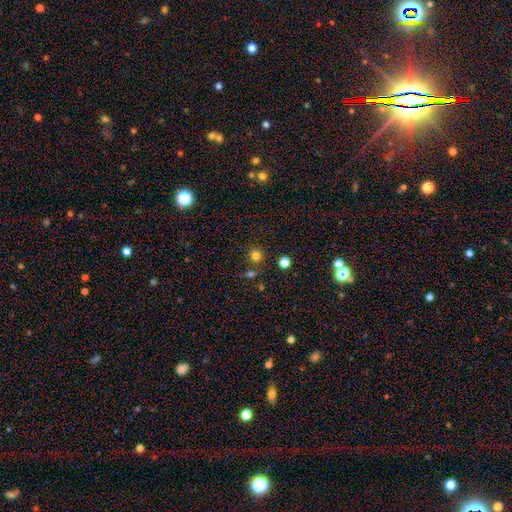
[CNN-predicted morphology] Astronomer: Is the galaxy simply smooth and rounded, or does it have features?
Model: smooth — 78%.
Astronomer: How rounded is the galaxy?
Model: round — 91%.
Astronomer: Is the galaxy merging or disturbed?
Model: none — 78%.